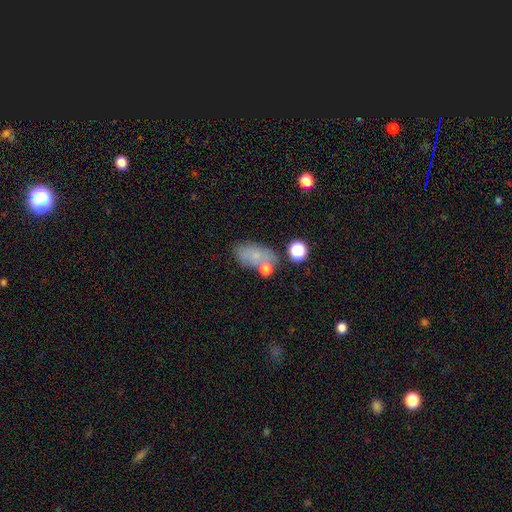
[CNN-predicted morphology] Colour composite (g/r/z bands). It shows a smooth galaxy with no disk features (69%) that is in between round and cigar-shaped (87%). Merging: none (52%).